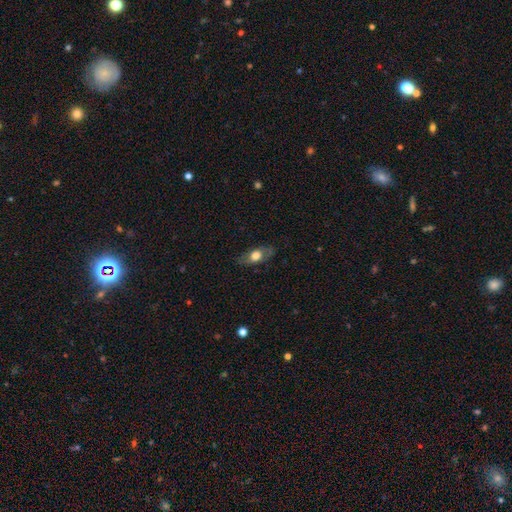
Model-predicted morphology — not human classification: The model was most divided on "smooth or featured": smooth: 54%, featured or disk: 39%, star or artifact: 7%. More confident: how rounded — in between (78%); merging — none (78%).